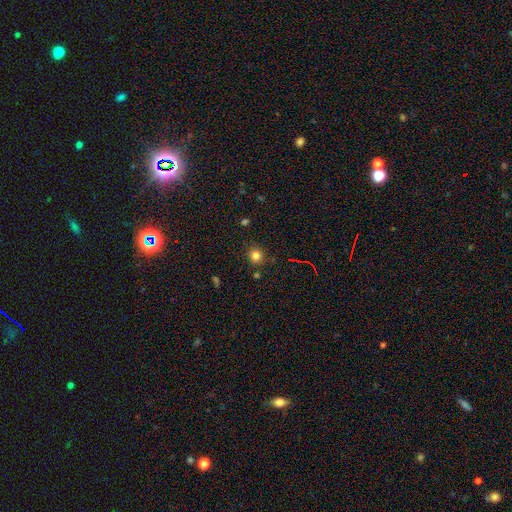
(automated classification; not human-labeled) Smooth or featured: smooth — 80% (star or artifact — 14%)
How rounded: round — 89% (in between — 10%)
Merging: none — 85% (minor disturbance — 9%)